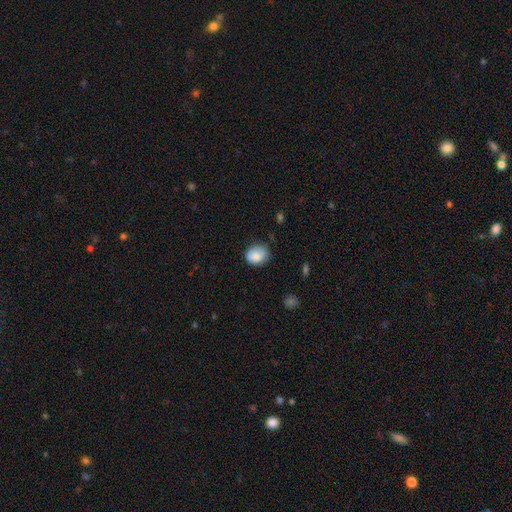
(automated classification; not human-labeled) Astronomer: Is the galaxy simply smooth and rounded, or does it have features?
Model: smooth — 82%.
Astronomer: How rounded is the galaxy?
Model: round — 64%.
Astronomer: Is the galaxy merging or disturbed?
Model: none — 71%.